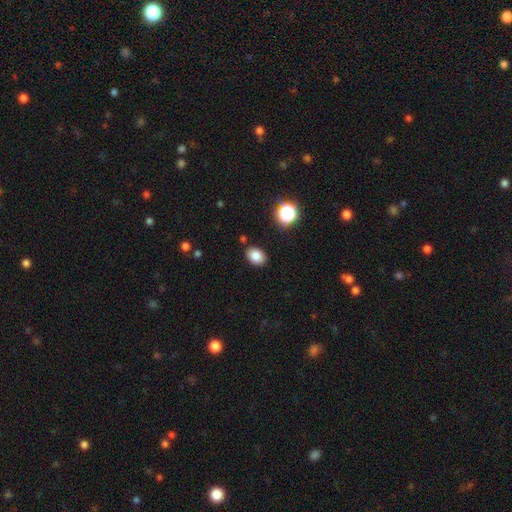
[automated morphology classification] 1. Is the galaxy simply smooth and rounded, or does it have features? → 83% smooth, 11% star or artifact, 6% featured or disk.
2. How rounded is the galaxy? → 76% in between, 23% round, 1% cigar-shaped.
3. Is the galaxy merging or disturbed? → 87% none, 9% minor disturbance, 2% major disturbance, 2% merger.